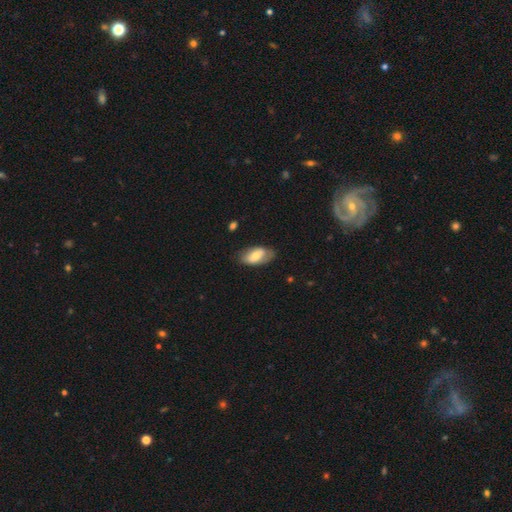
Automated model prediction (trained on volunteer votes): A smooth galaxy with no disk features (63%) that is in between round and cigar-shaped (93%). Merging: none (72%).